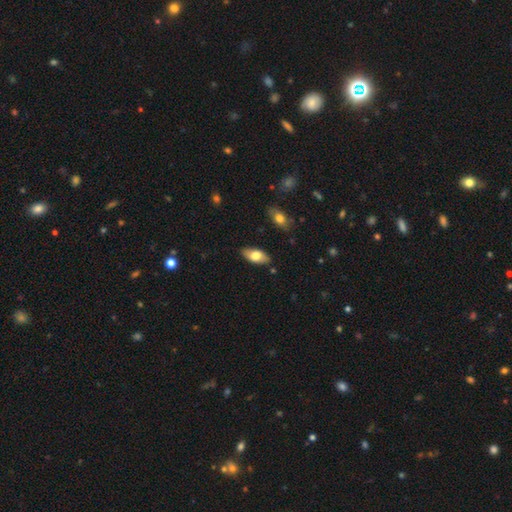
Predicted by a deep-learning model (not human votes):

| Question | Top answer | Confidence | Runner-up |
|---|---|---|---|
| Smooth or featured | smooth | 71% | featured or disk (23%) |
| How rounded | in between | 90% | cigar-shaped (7%) |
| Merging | none | 85% | minor disturbance (11%) |